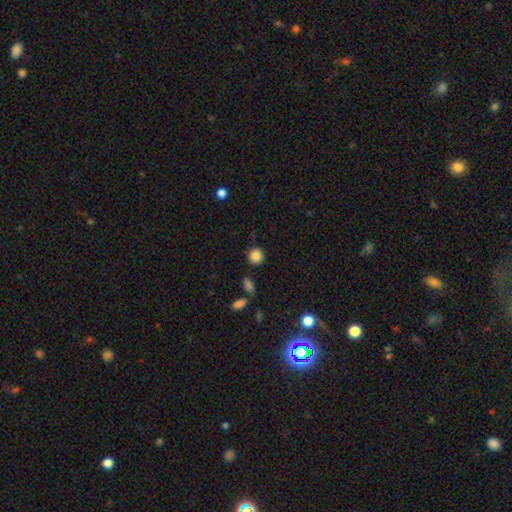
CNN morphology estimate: Overall: smooth (85%). How rounded: round (90%). Merging: none (88%).